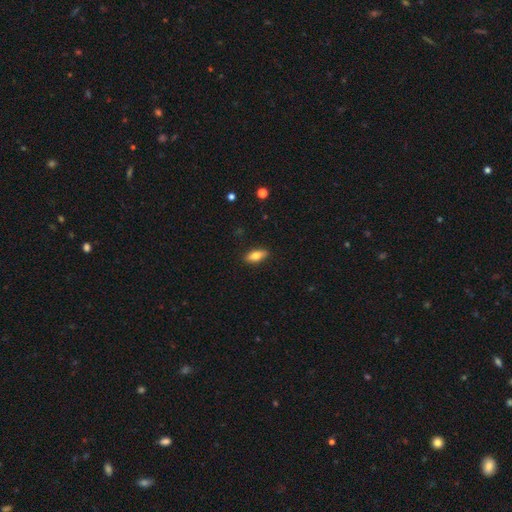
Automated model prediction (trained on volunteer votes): Smooth or featured?
  - smooth: 74% *
  - featured or disk: 19%
  - star or artifact: 7%
How rounded?
  - in between: 76% *
  - cigar-shaped: 21%
  - round: 3%
Merging?
  - none: 88% *
  - minor disturbance: 9%
  - major disturbance: 2%
  - merger: 1%